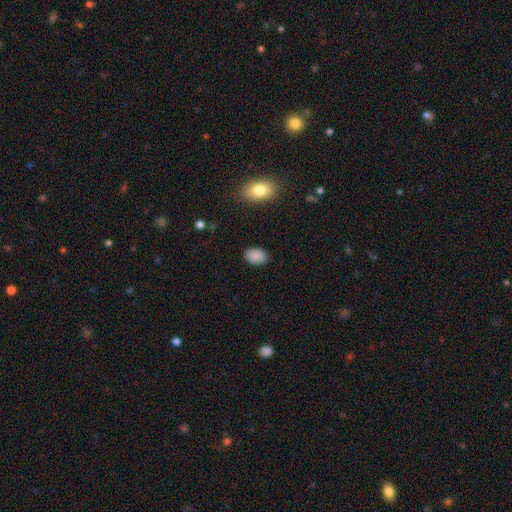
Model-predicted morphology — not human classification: Q: Smooth or featured?
A: smooth (88%); runner-up: star or artifact (8%)
Q: How rounded?
A: in between (86%); runner-up: round (13%)
Q: Merging?
A: none (87%); runner-up: minor disturbance (10%)